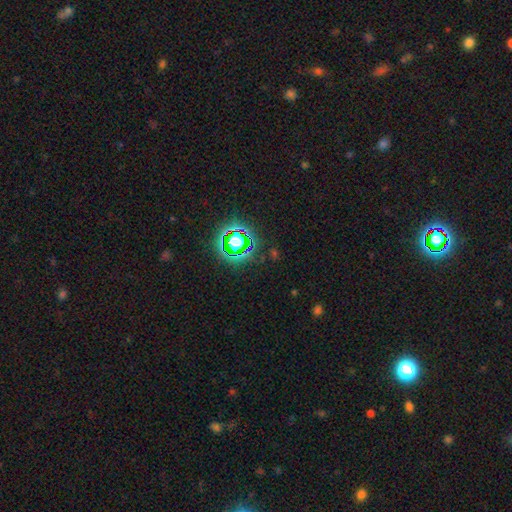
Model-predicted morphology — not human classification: A star or artifact, not a galaxy (78%).